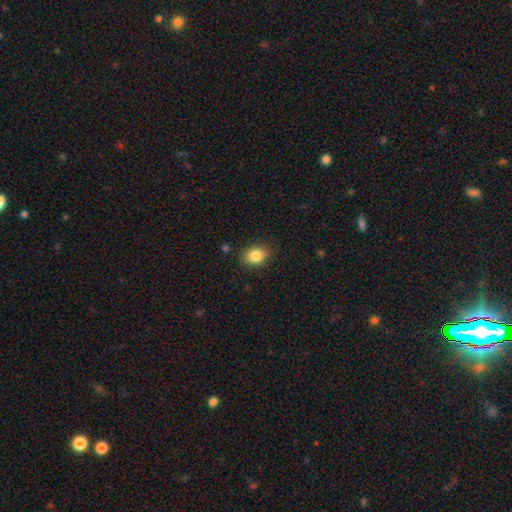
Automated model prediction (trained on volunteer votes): Morphology: type=smooth (85%); roundness=in between (63%); merging=none (86%).